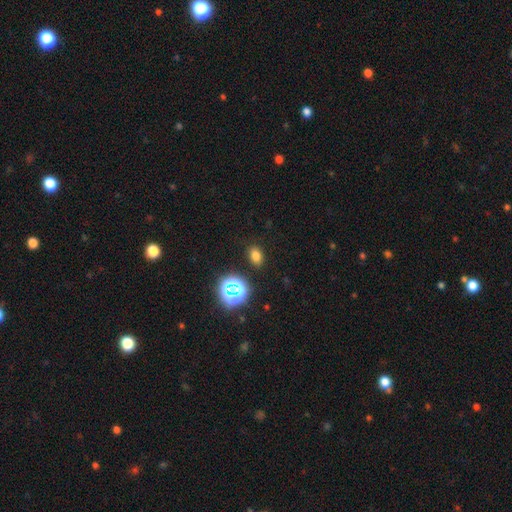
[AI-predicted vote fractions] Smooth or featured?
  - smooth: 71% *
  - star or artifact: 22%
  - featured or disk: 6%
How rounded?
  - in between: 76% *
  - round: 22%
  - cigar-shaped: 2%
Merging?
  - none: 86% *
  - minor disturbance: 9%
  - major disturbance: 3%
  - merger: 2%